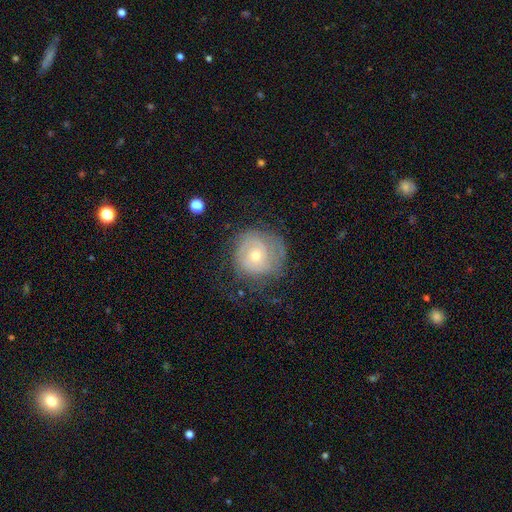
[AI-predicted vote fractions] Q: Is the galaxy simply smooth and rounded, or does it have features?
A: featured or disk — 64%.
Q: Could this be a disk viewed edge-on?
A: no — 97%.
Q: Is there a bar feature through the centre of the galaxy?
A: no — 77%.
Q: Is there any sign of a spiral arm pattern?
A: yes — 80%.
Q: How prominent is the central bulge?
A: moderate — 49%.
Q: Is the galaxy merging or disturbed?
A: none — 60%.